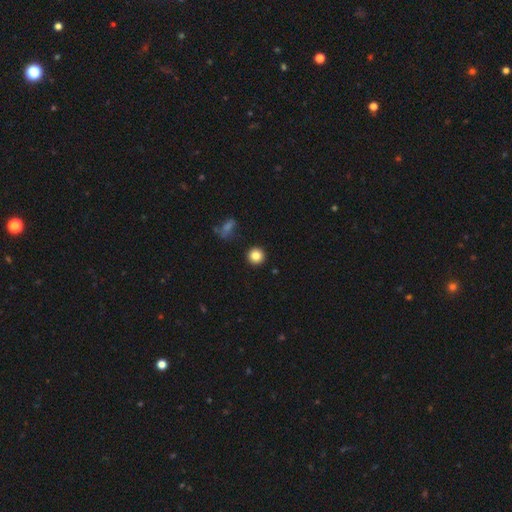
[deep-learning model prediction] A smooth galaxy with no disk features (83%) that is round (94%). Merging: none (91%).